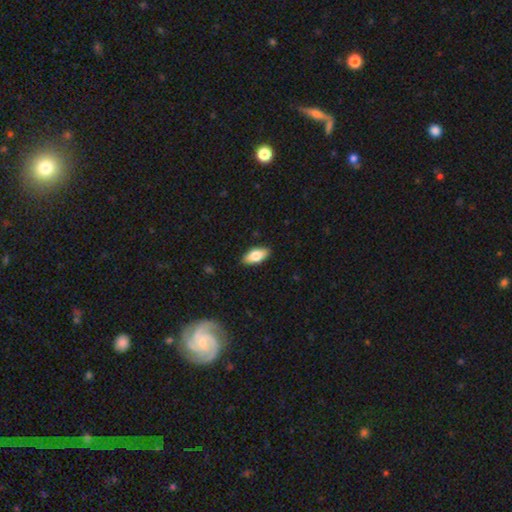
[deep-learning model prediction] This appears to be a smooth galaxy with no disk features (74%) that is in between round and cigar-shaped (87%). Merging: none (88%).